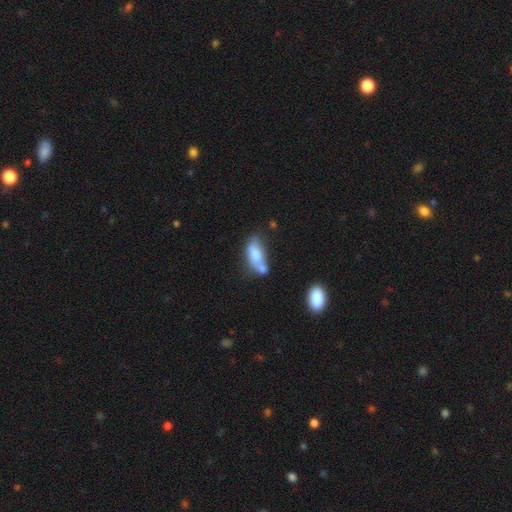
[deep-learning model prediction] Q: Smooth or featured?
A: smooth (68%); runner-up: featured or disk (24%)
Q: How rounded?
A: in between (78%); runner-up: cigar-shaped (19%)
Q: Merging?
A: merger (39%); runner-up: none (31%)